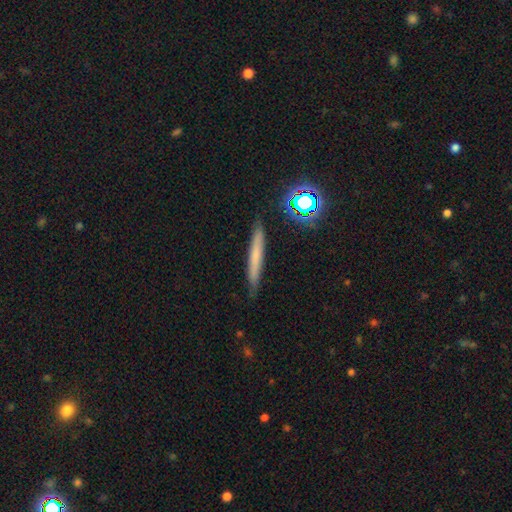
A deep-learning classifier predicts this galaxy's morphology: The model was most divided on "smooth or featured": smooth: 58%, featured or disk: 31%, star or artifact: 11%. More confident: how rounded — cigar-shaped (95%); merging — none (87%).